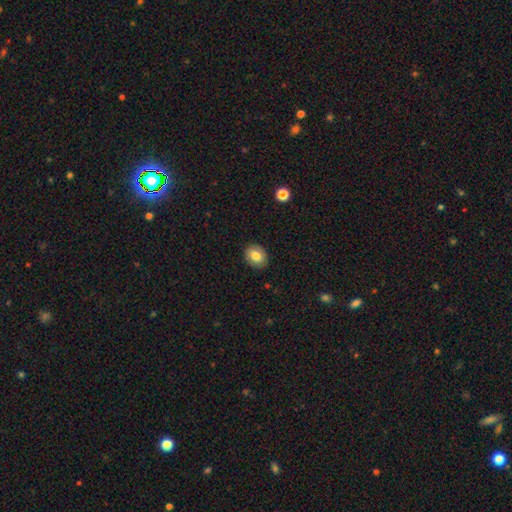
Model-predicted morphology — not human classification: smooth 81%, featured or disk 10%, star or artifact 8%. Down the decision tree: how rounded — round (50%); merging — none (89%).